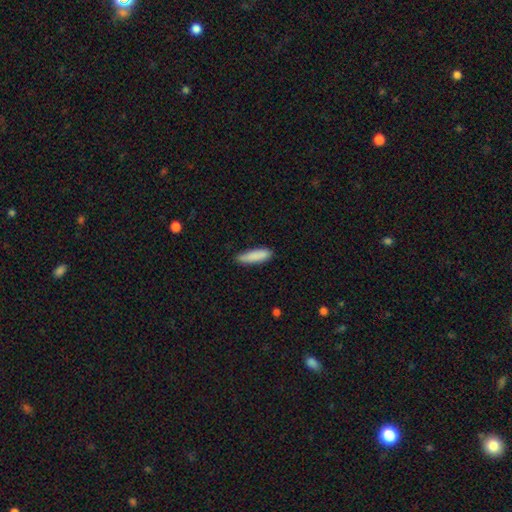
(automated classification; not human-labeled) Smooth or featured? Predicted: smooth (p=0.87). How rounded? Predicted: cigar-shaped (p=0.62). Merging? Predicted: none (p=0.79).